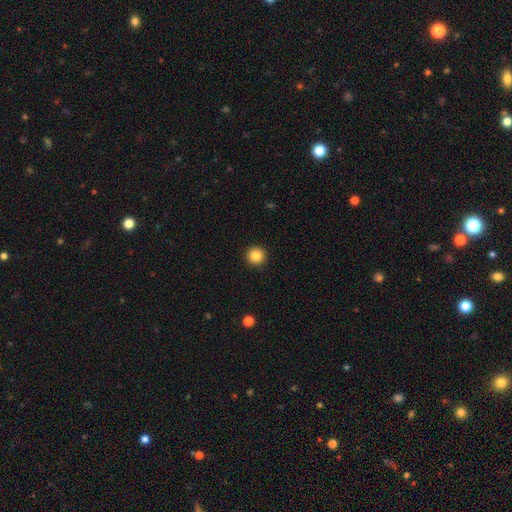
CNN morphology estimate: A smooth galaxy with no disk features (86%) that is round (96%). Merging: none (93%).